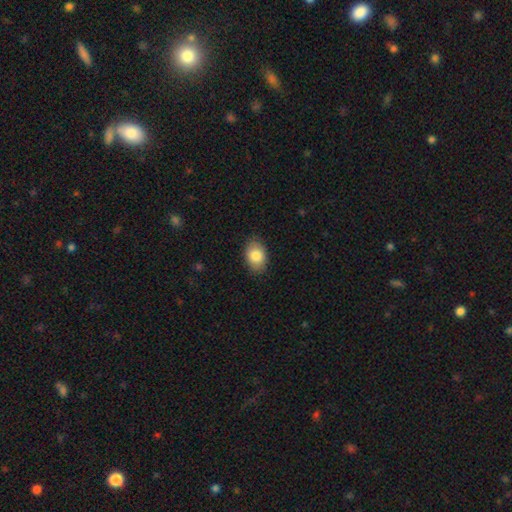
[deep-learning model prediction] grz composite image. It shows a smooth galaxy with no disk features (84%) that is in between round and cigar-shaped (83%). Merging: none (86%).